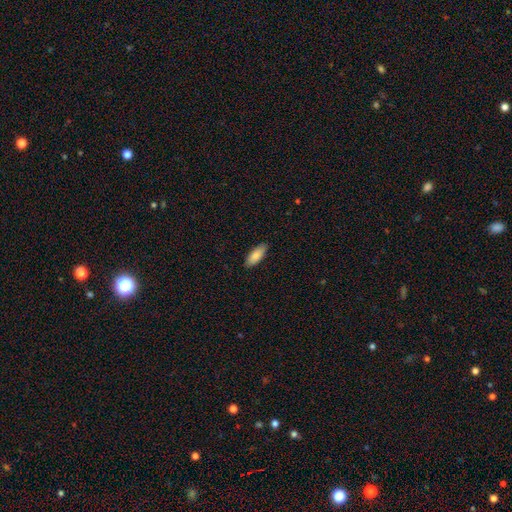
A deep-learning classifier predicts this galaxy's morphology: Smooth or featured? smooth (86%)
How rounded? in between (76%)
Merging? none (88%)